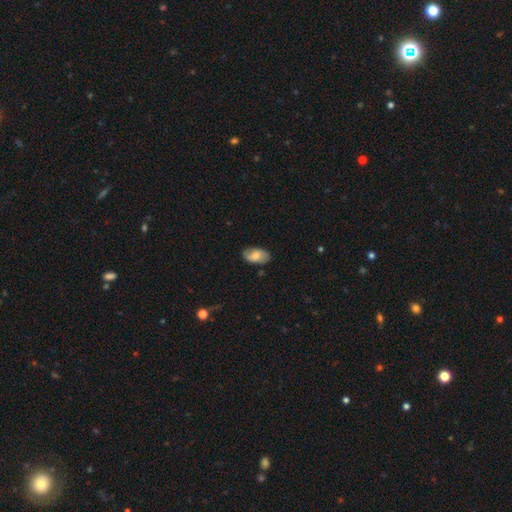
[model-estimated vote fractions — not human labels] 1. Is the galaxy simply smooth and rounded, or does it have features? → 58% smooth, 35% featured or disk, 7% star or artifact.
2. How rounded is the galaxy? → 93% in between, 5% round, 2% cigar-shaped.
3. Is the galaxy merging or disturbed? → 77% none, 18% minor disturbance, 4% major disturbance, 1% merger.